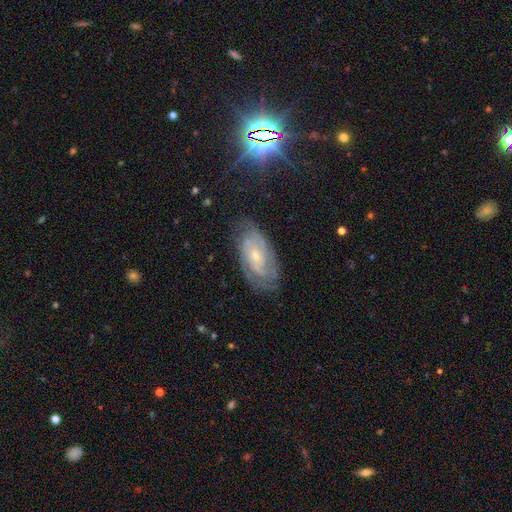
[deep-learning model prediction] Smooth or featured? featured or disk (79%)
Edge-on disk? no (94%)
Bar? no (69%)
Spiral arms? yes (92%)
Spiral winding? tight (64%)
Spiral arm count? can't tell (41%)
Bulge size? small (74%)
Merging? none (73%)